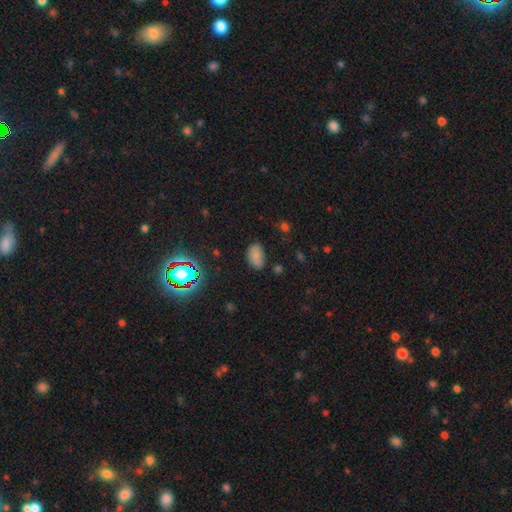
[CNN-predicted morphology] A smooth galaxy with no disk features (75%) that is in between round and cigar-shaped (91%).

Vote fractions:
- Smooth or featured? smooth: 75% / star or artifact: 15% / featured or disk: 10%
- How rounded? in between: 91% / round: 7% / cigar-shaped: 2%
- Merging? none: 74% / minor disturbance: 19% / major disturbance: 5% / merger: 2%